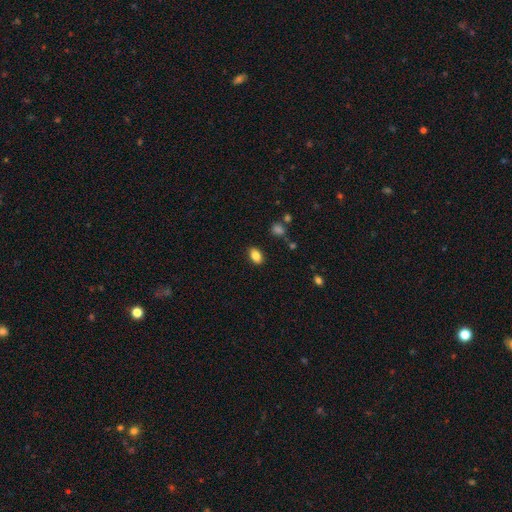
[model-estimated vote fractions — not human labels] Smooth or featured?
  - smooth: 85% *
  - star or artifact: 9%
  - featured or disk: 6%
How rounded?
  - in between: 86% *
  - round: 12%
  - cigar-shaped: 2%
Merging?
  - none: 86% *
  - minor disturbance: 10%
  - major disturbance: 3%
  - merger: 2%